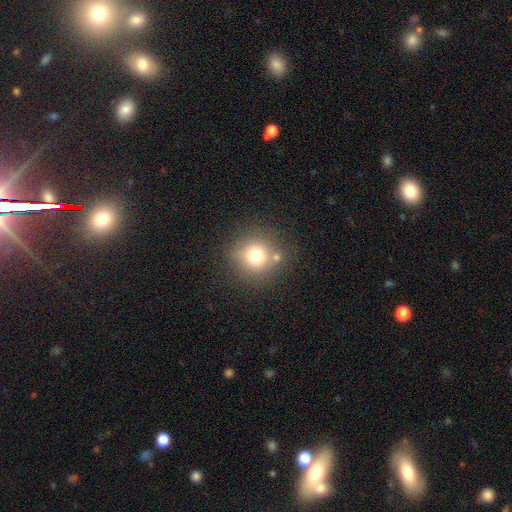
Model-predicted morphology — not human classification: smooth-or-featured: smooth: 73% | star or artifact: 15% | featured or disk: 13%
  how-rounded: round: 92% | in between: 7% | cigar-shaped: 1%
  merging: none: 74% | merger: 11% | minor disturbance: 11% | major disturbance: 4%